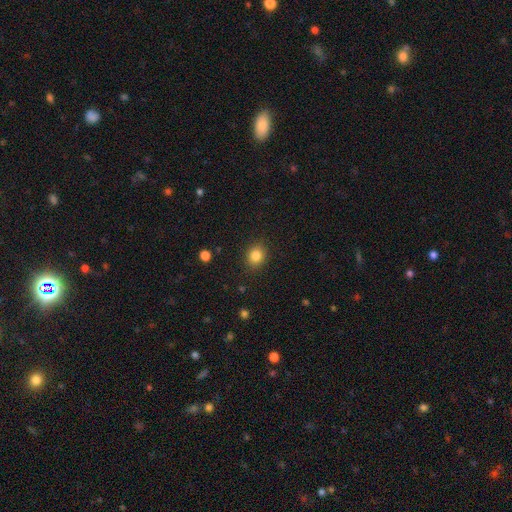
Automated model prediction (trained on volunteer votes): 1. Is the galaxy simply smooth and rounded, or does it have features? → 84% smooth, 11% star or artifact, 6% featured or disk.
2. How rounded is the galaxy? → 71% round, 28% in between, 1% cigar-shaped.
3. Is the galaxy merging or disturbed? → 89% none, 8% minor disturbance, 2% major disturbance, 1% merger.